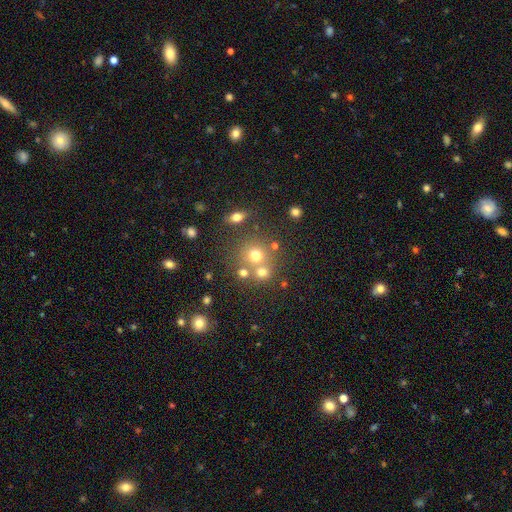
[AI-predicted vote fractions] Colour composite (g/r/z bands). It shows a smooth galaxy with no disk features (67%) that is round (83%). Merging: none (58%).